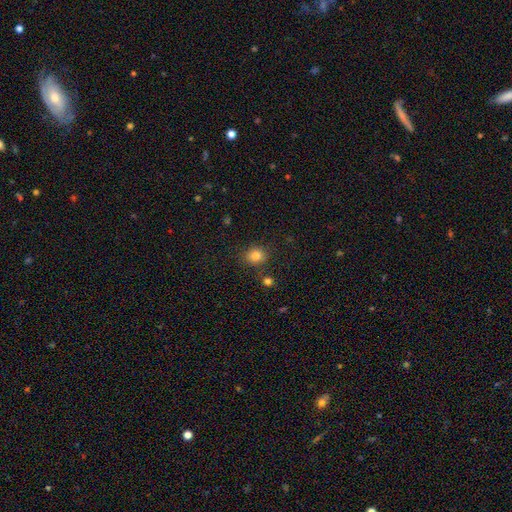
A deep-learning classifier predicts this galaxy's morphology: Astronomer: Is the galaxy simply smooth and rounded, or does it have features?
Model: smooth — 82%.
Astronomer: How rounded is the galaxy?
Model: round — 70%.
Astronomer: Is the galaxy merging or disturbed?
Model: none — 81%.